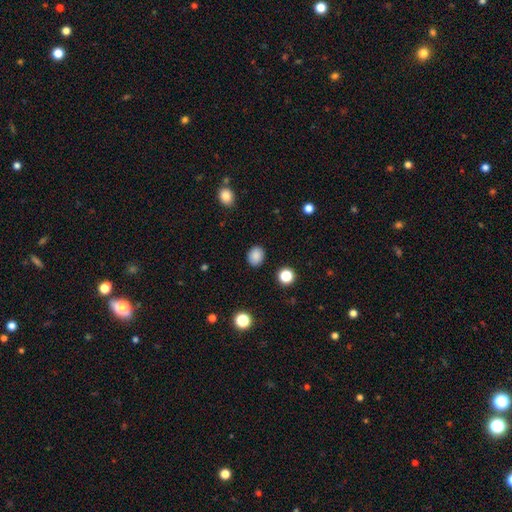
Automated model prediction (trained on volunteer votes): Smooth or featured? Predicted: smooth (p=0.86). How rounded? Predicted: round (p=0.52). Merging? Predicted: none (p=0.88).